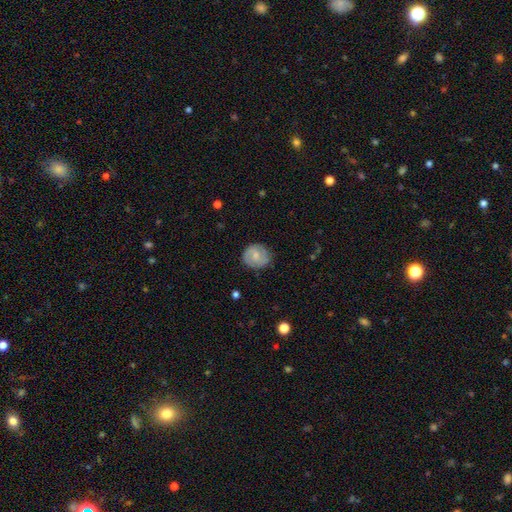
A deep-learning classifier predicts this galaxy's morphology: This is possibly a smooth galaxy (53%). How rounded: clearly round (82%). Merging: clearly none (80%).